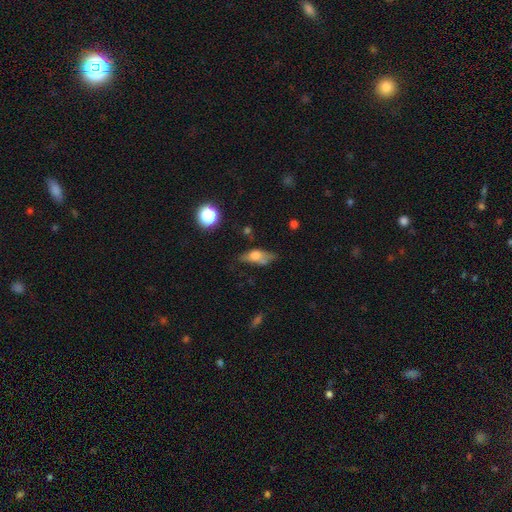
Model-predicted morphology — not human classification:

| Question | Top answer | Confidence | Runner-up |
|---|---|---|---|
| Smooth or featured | smooth | 57% | featured or disk (33%) |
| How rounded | in between | 74% | cigar-shaped (20%) |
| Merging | none | 44% | minor disturbance (31%) |